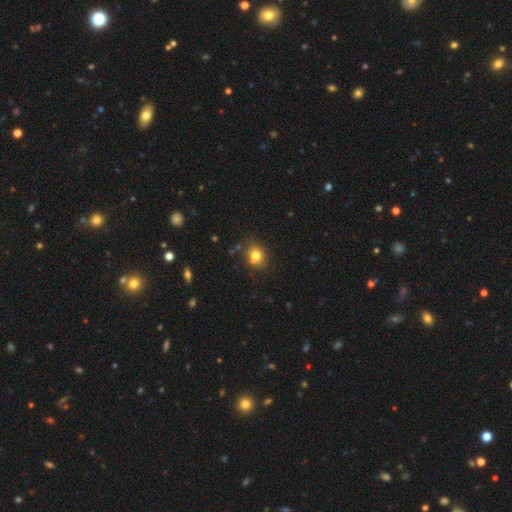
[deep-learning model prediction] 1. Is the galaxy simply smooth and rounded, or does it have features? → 76% smooth, 13% star or artifact, 11% featured or disk.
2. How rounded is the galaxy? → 67% round, 32% in between, 1% cigar-shaped.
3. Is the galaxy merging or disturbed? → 65% none, 16% merger, 15% minor disturbance, 4% major disturbance.